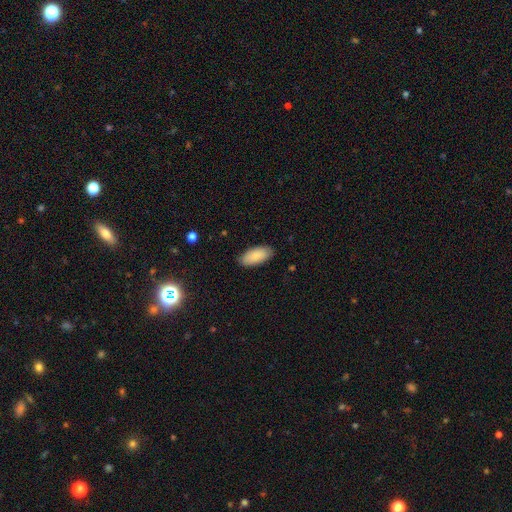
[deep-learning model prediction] smooth 85%, featured or disk 9%, star or artifact 6%. Down the decision tree: how rounded — in between (91%); merging — none (87%).